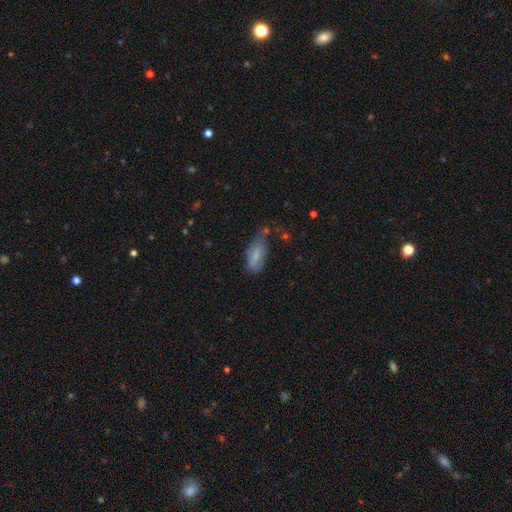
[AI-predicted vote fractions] Q: Smooth or featured?
A: smooth (75%); runner-up: featured or disk (18%)
Q: How rounded?
A: in between (83%); runner-up: cigar-shaped (15%)
Q: Merging?
A: none (40%); runner-up: minor disturbance (37%)